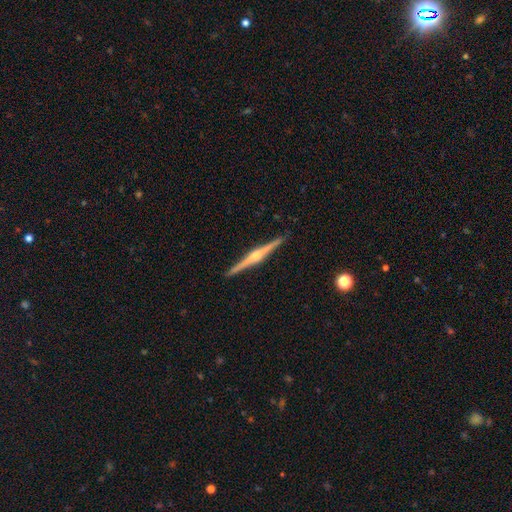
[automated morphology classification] featured or disk 84%, smooth 11%, star or artifact 5%. Down the decision tree: edge-on disk — yes (99%); edge-on bulge — rounded (87%); merging — none (92%).